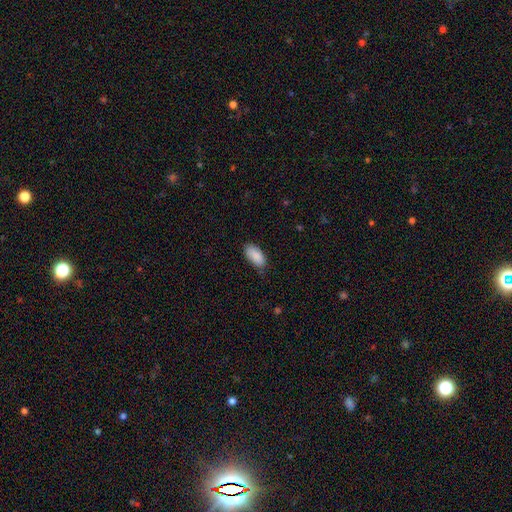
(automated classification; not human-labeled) Smooth or featured: smooth — 89% (star or artifact — 6%)
How rounded: in between — 93% (cigar-shaped — 5%)
Merging: none — 72% (minor disturbance — 23%)